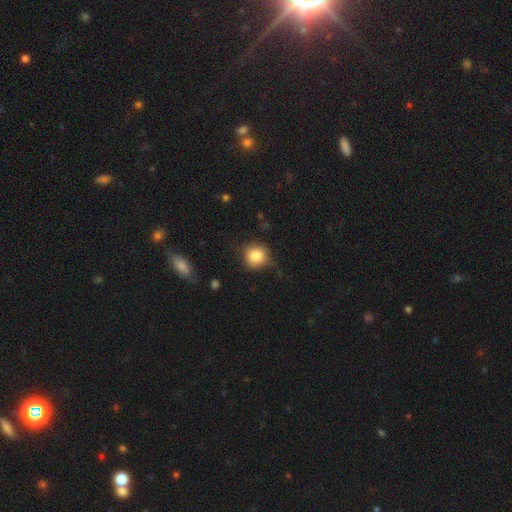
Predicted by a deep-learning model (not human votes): smooth 83%, star or artifact 9%, featured or disk 8%. Down the decision tree: how rounded — round (87%); merging — none (71%).